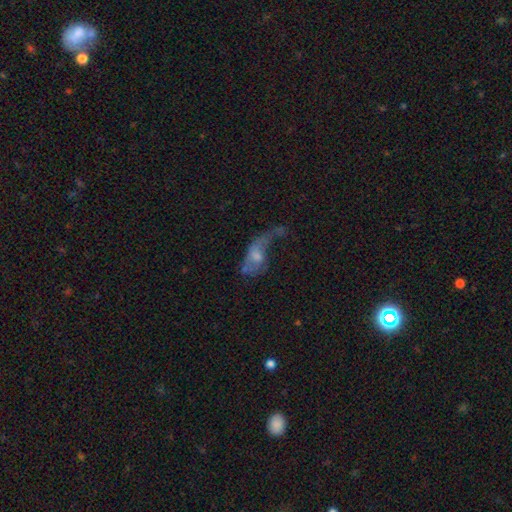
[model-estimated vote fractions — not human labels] Q: Smooth or featured?
A: featured or disk (48%); runner-up: smooth (41%)
Q: Merging?
A: major disturbance (52%); runner-up: none (18%)